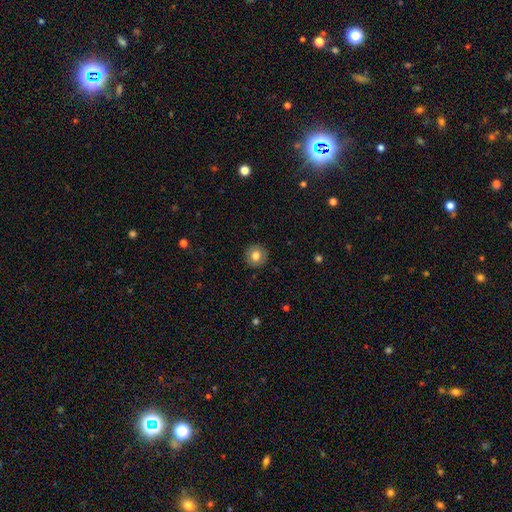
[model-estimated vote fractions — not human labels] Smooth or featured? smooth (79%)
How rounded? round (94%)
Merging? none (92%)